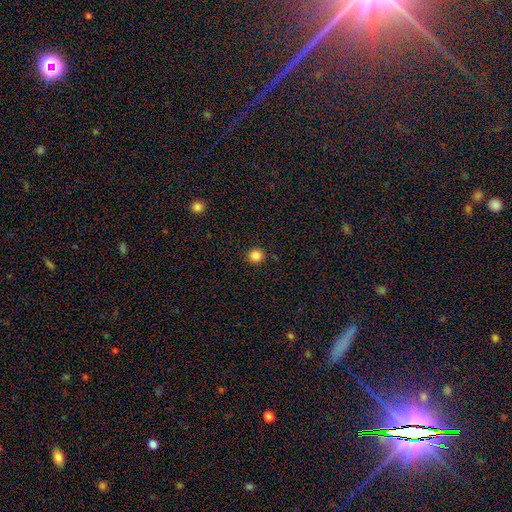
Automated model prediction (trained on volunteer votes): A smooth galaxy with no disk features (85%) that is round (94%).

Vote fractions:
- Smooth or featured? smooth: 85% / star or artifact: 12% / featured or disk: 3%
- How rounded? round: 94% / in between: 5% / cigar-shaped: 1%
- Merging? none: 91% / minor disturbance: 6% / major disturbance: 2% / merger: 1%